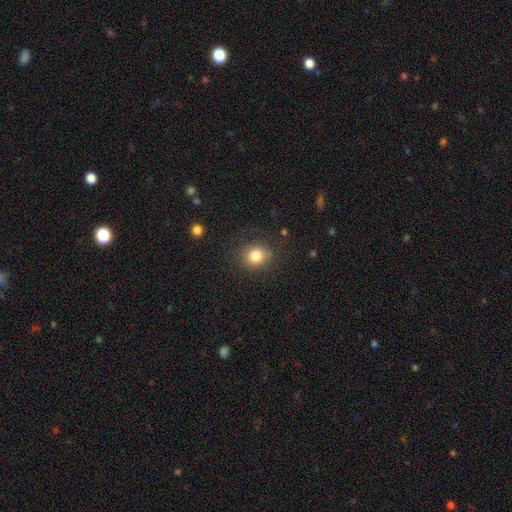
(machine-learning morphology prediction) smooth_or_featured: smooth (p=0.82) [alt: star or artifact p=0.11]
how_rounded: round (p=0.74) [alt: in between p=0.25]
merging: none (p=0.84) [alt: minor disturbance p=0.10]